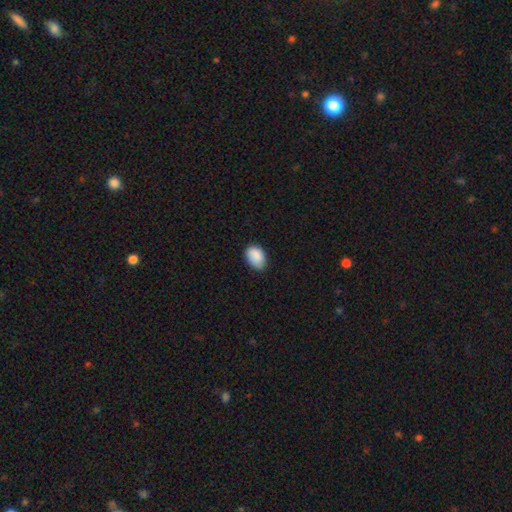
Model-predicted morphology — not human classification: smooth-or-featured: smooth: 88% | star or artifact: 7% | featured or disk: 5%
  how-rounded: in between: 86% | round: 13% | cigar-shaped: 1%
  merging: none: 69% | minor disturbance: 26% | major disturbance: 3% | merger: 1%